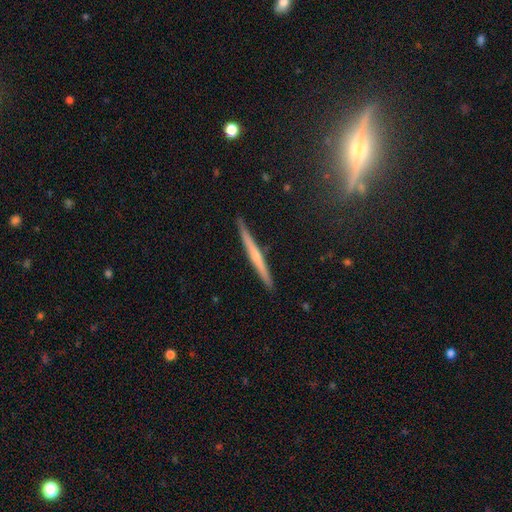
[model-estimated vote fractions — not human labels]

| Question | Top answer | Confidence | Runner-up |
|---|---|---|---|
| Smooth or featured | featured or disk | 58% | smooth (35%) |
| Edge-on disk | yes | 98% | no (2%) |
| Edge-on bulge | none | 57% | rounded (37%) |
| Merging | none | 91% | minor disturbance (7%) |